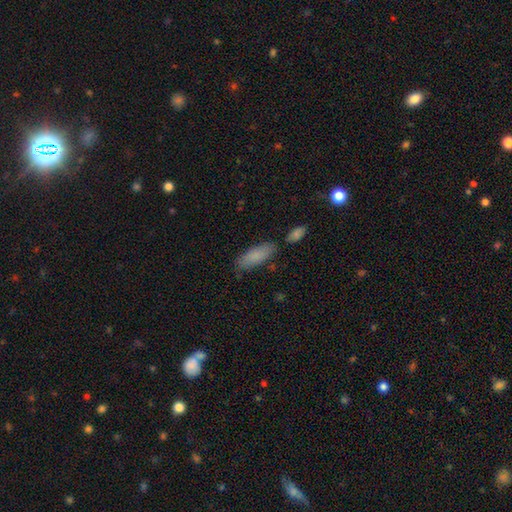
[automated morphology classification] Smooth or featured? Predicted: smooth (p=0.84). How rounded? Predicted: in between (p=0.65). Merging? Predicted: none (p=0.73).